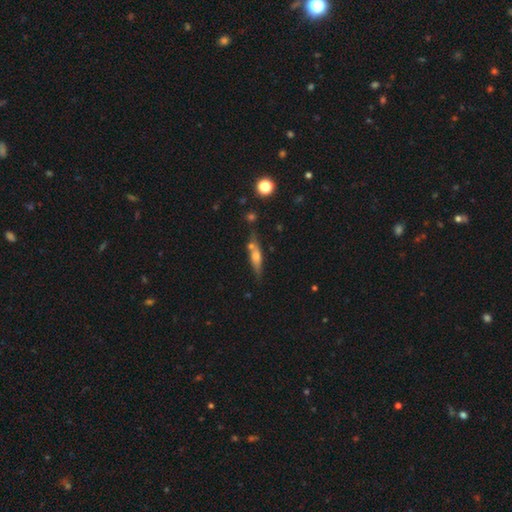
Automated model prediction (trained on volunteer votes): Smooth or featured?
  - smooth: 53% *
  - featured or disk: 39%
  - star or artifact: 8%
How rounded?
  - cigar-shaped: 70% *
  - in between: 27%
  - round: 3%
Merging?
  - none: 60% *
  - minor disturbance: 18%
  - merger: 16%
  - major disturbance: 6%